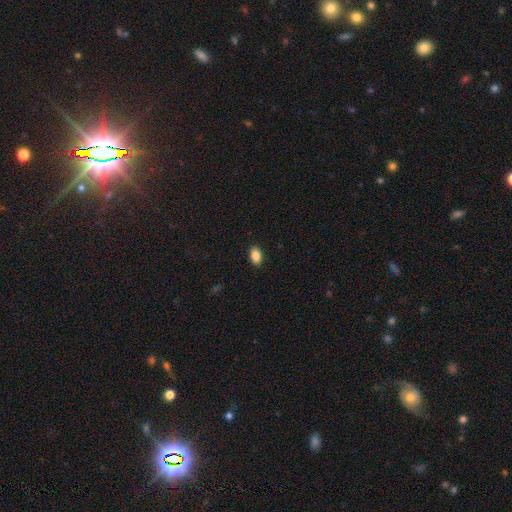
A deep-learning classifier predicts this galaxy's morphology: A smooth galaxy with no disk features (88%) that is in between round and cigar-shaped (90%).

Vote fractions:
- Smooth or featured? smooth: 88% / star or artifact: 8% / featured or disk: 5%
- How rounded? in between: 90% / round: 8% / cigar-shaped: 2%
- Merging? none: 89% / minor disturbance: 8% / major disturbance: 2% / merger: 1%